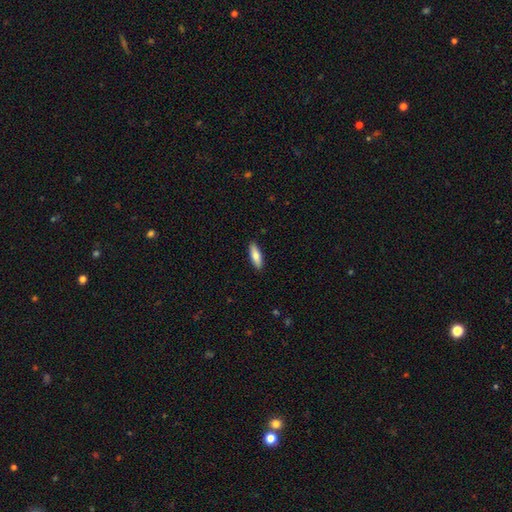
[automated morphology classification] This appears to be a smooth galaxy with no disk features (81%) that is in between round and cigar-shaped (52%). Merging: none (90%).